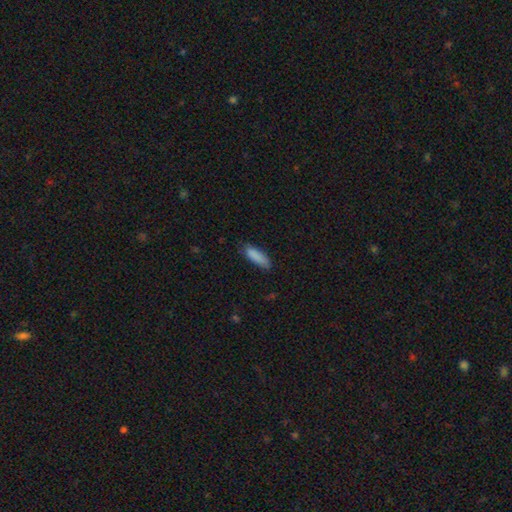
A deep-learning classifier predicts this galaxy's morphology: smooth_or_featured: smooth (p=0.88) [alt: star or artifact p=0.07]
how_rounded: in between (p=0.53) [alt: cigar-shaped p=0.46]
merging: none (p=0.73) [alt: minor disturbance p=0.22]